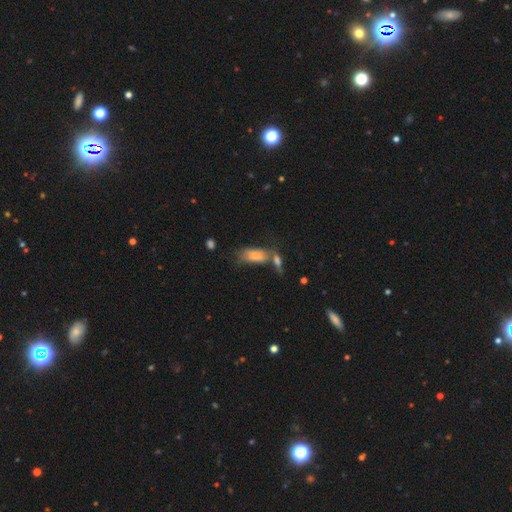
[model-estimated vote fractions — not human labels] This appears to be a smooth galaxy with no disk features (74%) that is in between round and cigar-shaped (82%). Merging: merger (39%).